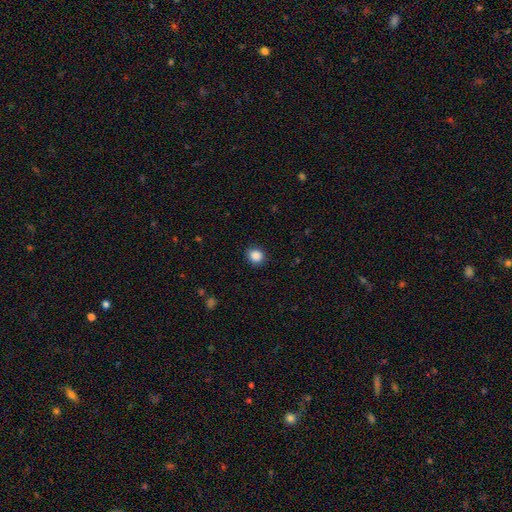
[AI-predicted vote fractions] Overall: smooth (87%). How rounded: round (81%). Merging: none (88%).